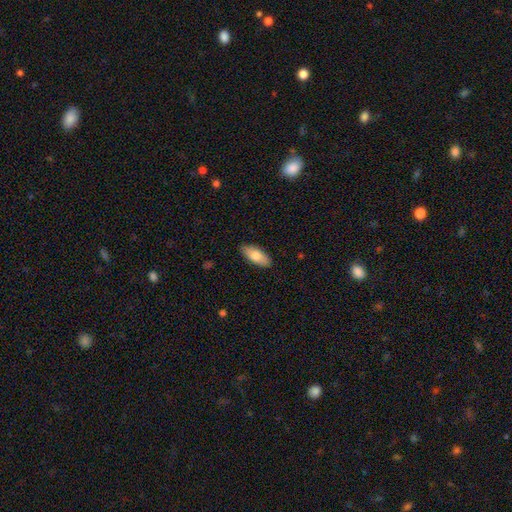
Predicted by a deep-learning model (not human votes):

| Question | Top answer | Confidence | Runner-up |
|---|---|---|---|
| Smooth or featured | smooth | 77% | featured or disk (17%) |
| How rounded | in between | 84% | cigar-shaped (14%) |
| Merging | none | 88% | minor disturbance (9%) |